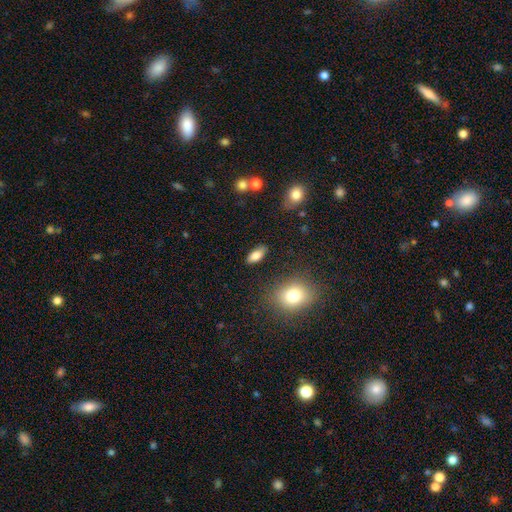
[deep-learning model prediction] Smooth or featured? Predicted: smooth (p=0.80). How rounded? Predicted: in between (p=0.84). Merging? Predicted: none (p=0.85).